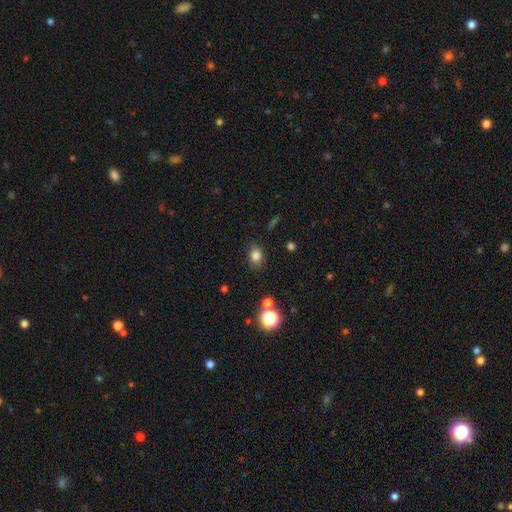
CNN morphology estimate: type=smooth (81%); roundness=in between (66%); merging=none (82%).